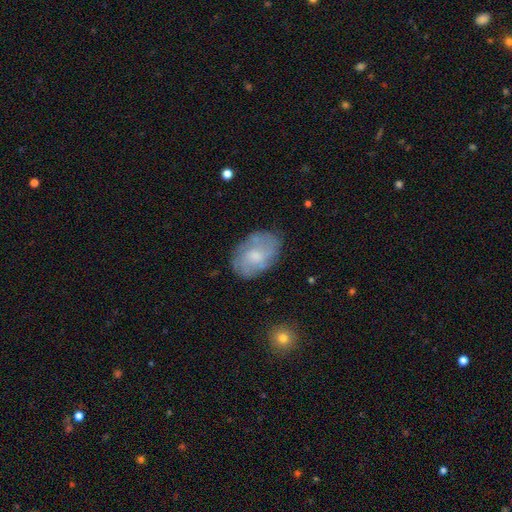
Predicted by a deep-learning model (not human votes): This is possibly a featured or disk galaxy (54%). It is clearly not viewed edge-on (96%). Bar: likely no (68%). Spiral arm pattern: likely yes (76%). Central bulge: marginally moderate (43%). Merging: likely none (73%).